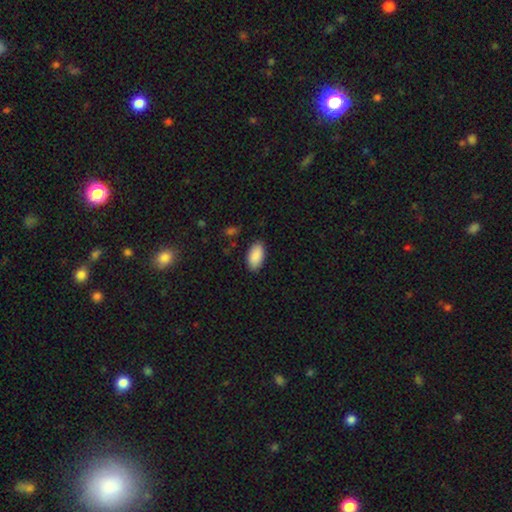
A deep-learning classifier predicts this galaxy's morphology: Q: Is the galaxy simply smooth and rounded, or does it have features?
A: smooth — 90%.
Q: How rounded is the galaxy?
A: in between — 94%.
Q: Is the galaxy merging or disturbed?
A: none — 85%.